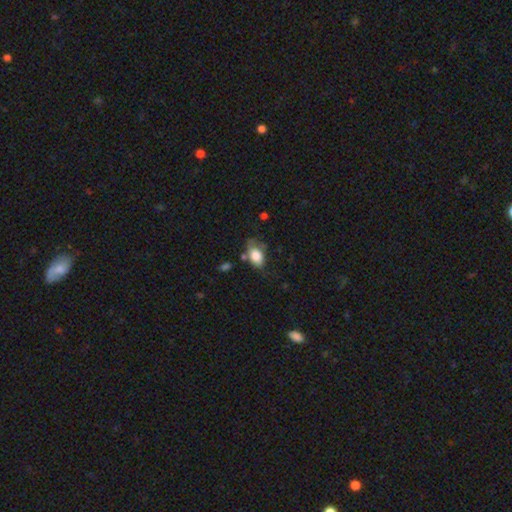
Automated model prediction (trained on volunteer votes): Smooth or featured?
  - smooth: 81% *
  - featured or disk: 11%
  - star or artifact: 8%
How rounded?
  - in between: 86% *
  - round: 12%
  - cigar-shaped: 2%
Merging?
  - none: 47% *
  - minor disturbance: 32%
  - major disturbance: 13%
  - merger: 8%